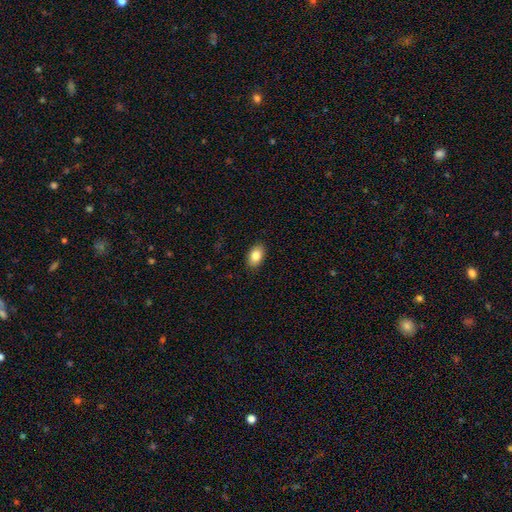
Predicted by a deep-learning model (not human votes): smooth-or-featured: smooth: 84% | featured or disk: 8% | star or artifact: 8%
  how-rounded: in between: 89% | round: 9% | cigar-shaped: 1%
  merging: none: 89% | minor disturbance: 8% | major disturbance: 2% | merger: 1%